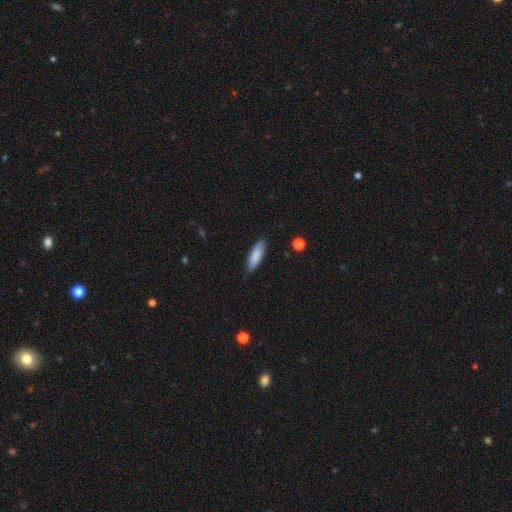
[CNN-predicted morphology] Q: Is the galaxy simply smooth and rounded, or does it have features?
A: smooth — 86%.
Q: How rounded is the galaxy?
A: cigar-shaped — 54%.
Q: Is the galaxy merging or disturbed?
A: none — 87%.